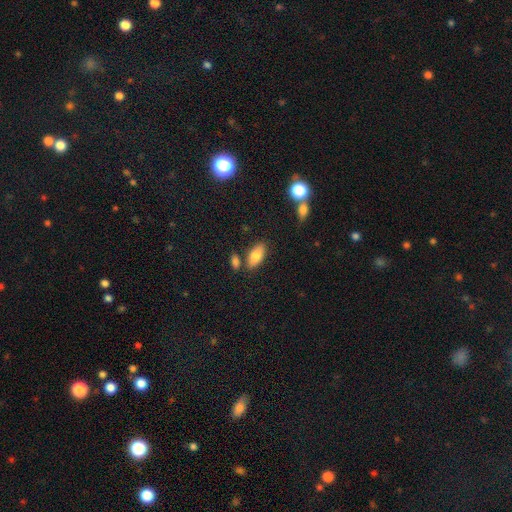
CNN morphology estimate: Overall: smooth (81%). How rounded: in between (89%). Merging: none (75%).